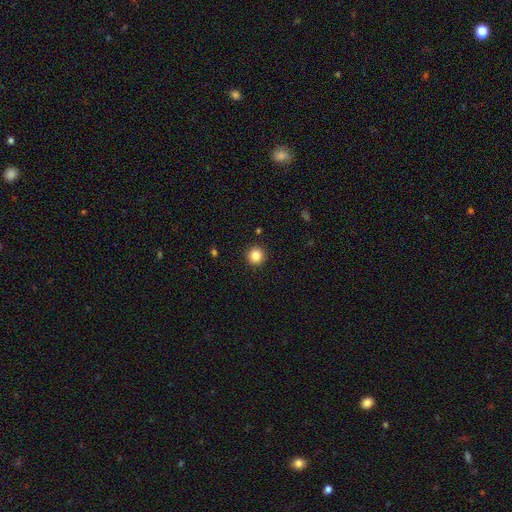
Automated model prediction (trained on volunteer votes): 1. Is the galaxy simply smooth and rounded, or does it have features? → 85% smooth, 11% star or artifact, 5% featured or disk.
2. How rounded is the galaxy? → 96% round, 3% in between, 1% cigar-shaped.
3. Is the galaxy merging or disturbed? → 93% none, 4% minor disturbance, 2% major disturbance, 1% merger.